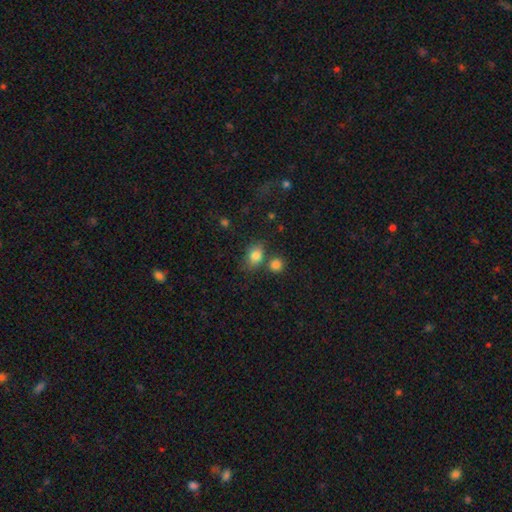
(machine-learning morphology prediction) Q: Smooth or featured?
A: smooth (82%); runner-up: star or artifact (10%)
Q: How rounded?
A: in between (66%); runner-up: round (32%)
Q: Merging?
A: none (60%); runner-up: merger (19%)